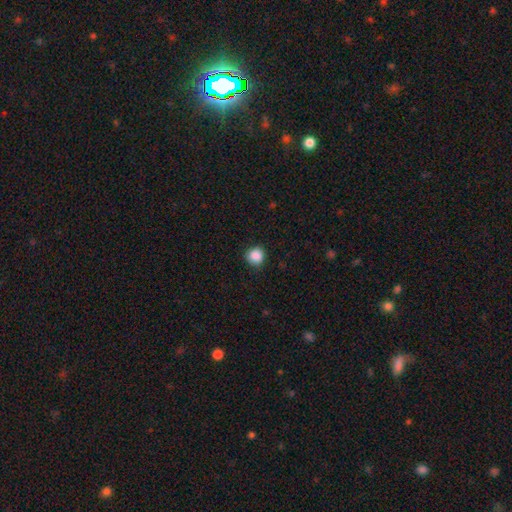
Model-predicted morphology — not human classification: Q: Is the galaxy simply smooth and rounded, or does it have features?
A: smooth — 88%.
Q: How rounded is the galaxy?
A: round — 90%.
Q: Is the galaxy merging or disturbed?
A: none — 88%.